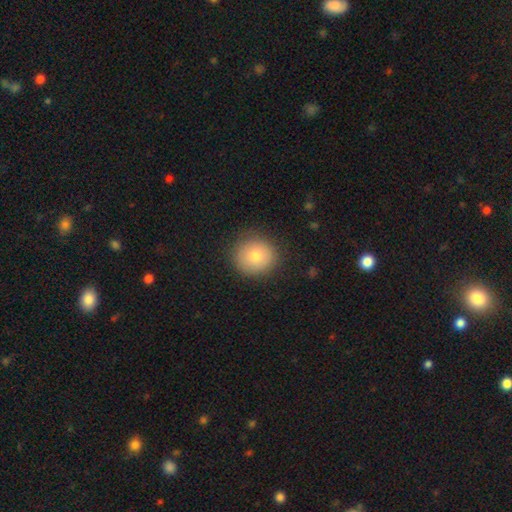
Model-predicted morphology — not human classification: The model was most divided on "smooth or featured": smooth: 76%, featured or disk: 14%, star or artifact: 10%. More confident: how rounded — round (91%); merging — none (86%).